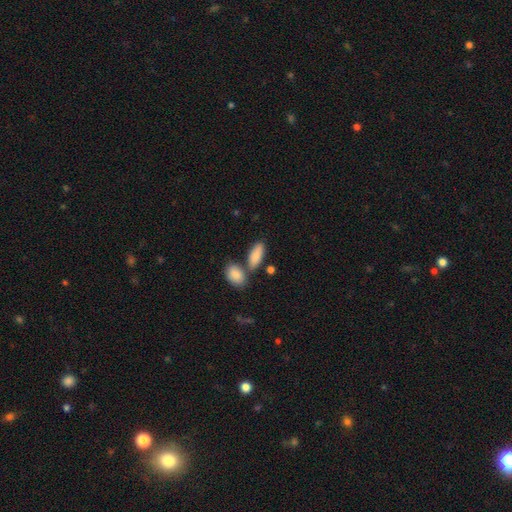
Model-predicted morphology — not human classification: Smooth or featured? smooth (87%)
How rounded? in between (82%)
Merging? none (61%)